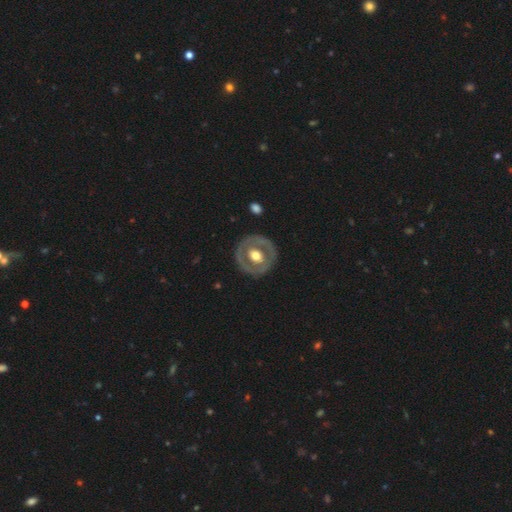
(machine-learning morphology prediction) A featured or disk galaxy (61%) with no bar (68%), no spiral arms (86%) and a moderate central bulge (64%). Merging: none (83%).